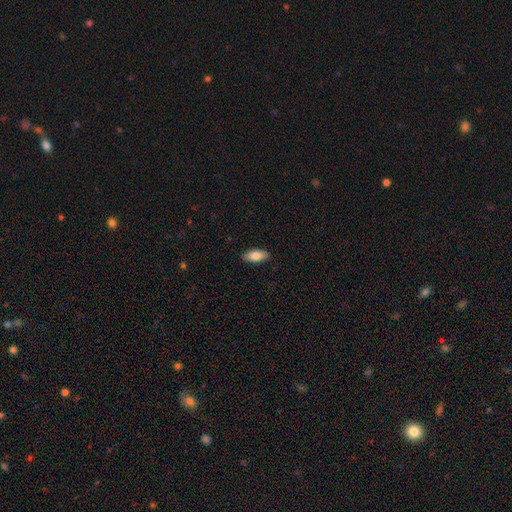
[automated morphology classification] A smooth galaxy with no disk features (84%) that is in between round and cigar-shaped (88%).

Vote fractions:
- Smooth or featured? smooth: 84% / featured or disk: 9% / star or artifact: 6%
- How rounded? in between: 88% / cigar-shaped: 10% / round: 2%
- Merging? none: 88% / minor disturbance: 9% / major disturbance: 2% / merger: 1%